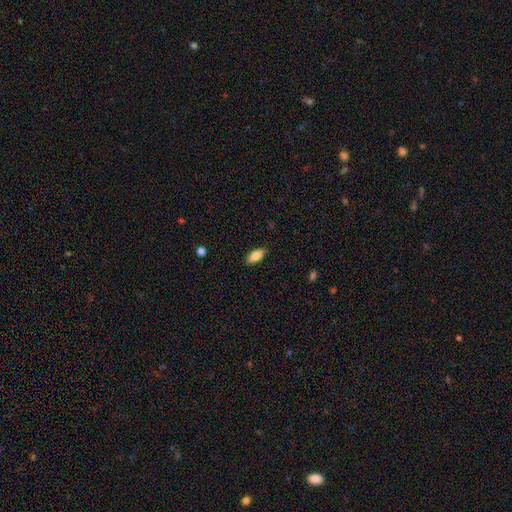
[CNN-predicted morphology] Q: Smooth or featured?
A: smooth (81%); runner-up: featured or disk (12%)
Q: How rounded?
A: in between (81%); runner-up: cigar-shaped (16%)
Q: Merging?
A: none (88%); runner-up: minor disturbance (9%)